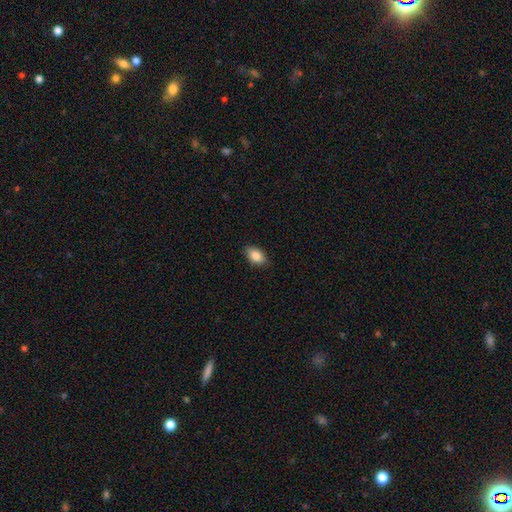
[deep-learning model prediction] smooth 86%, star or artifact 7%, featured or disk 7%. Down the decision tree: how rounded — in between (88%); merging — none (85%).